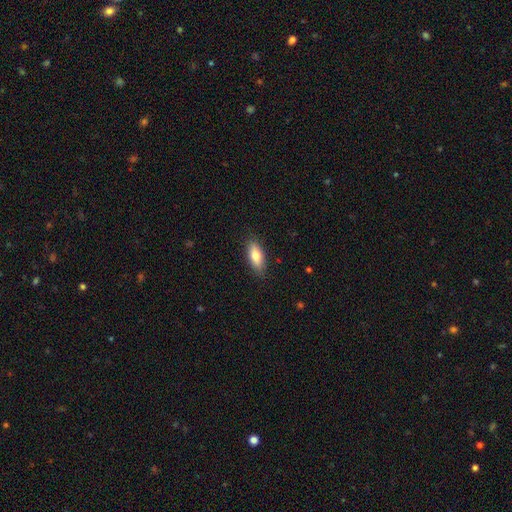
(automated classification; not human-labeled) Overall: smooth (77%). How rounded: in between (76%). Merging: none (86%).